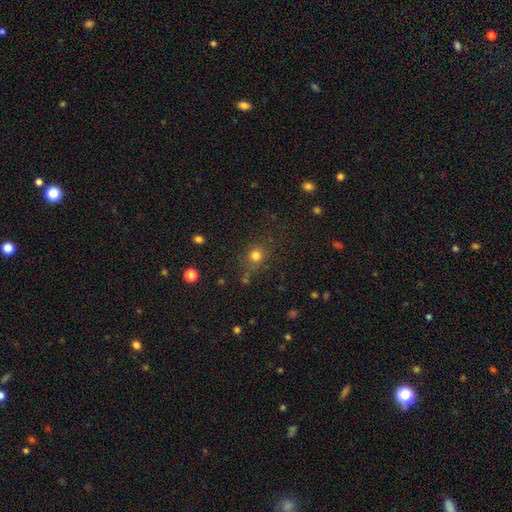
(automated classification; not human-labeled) The model was most divided on "smooth or featured": smooth: 76%, star or artifact: 17%, featured or disk: 7%. More confident: how rounded — round (85%); merging — none (76%).